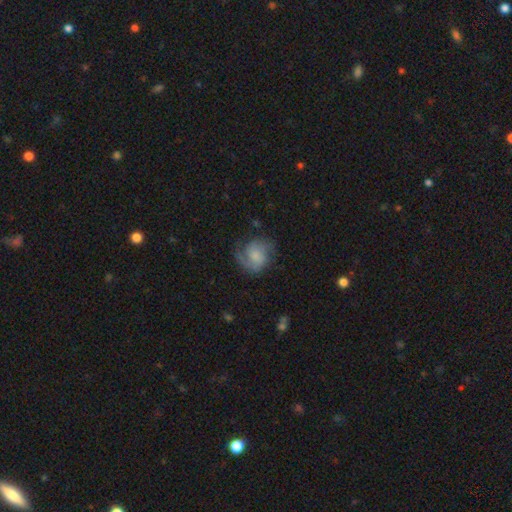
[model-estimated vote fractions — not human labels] Smooth or featured?
  - featured or disk: 65% *
  - smooth: 27%
  - star or artifact: 7%
Edge-on disk?
  - no: 98% *
  - yes: 2%
Bar?
  - no: 64% *
  - weak: 32%
  - strong: 5%
Spiral arms?
  - yes: 92% *
  - no: 8%
Spiral winding?
  - medium: 45% *
  - tight: 29%
  - loose: 26%
Spiral arm count?
  - 2: 61% *
  - 1: 20%
  - can't tell: 11%
  - 3: 5%
  - 4: 2%
  - more than 4: 2%
Bulge size?
  - small: 35% *
  - none: 26%
  - moderate: 26%
  - large: 10%
  - dominant: 2%
Merging?
  - none: 62% *
  - minor disturbance: 21%
  - major disturbance: 15%
  - merger: 2%